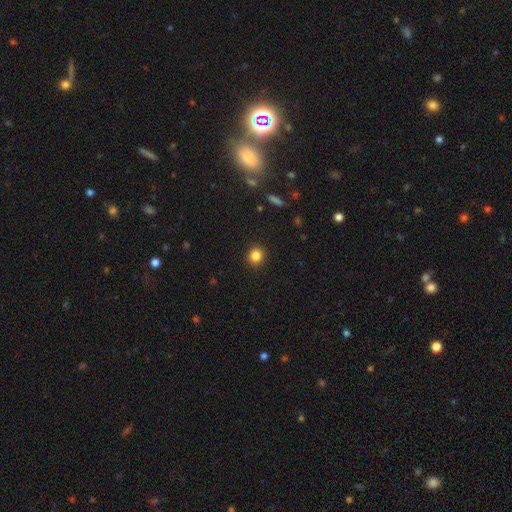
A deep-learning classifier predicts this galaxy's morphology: Smooth or featured: smooth — 85% (star or artifact — 11%)
How rounded: round — 88% (in between — 11%)
Merging: none — 91% (minor disturbance — 5%)